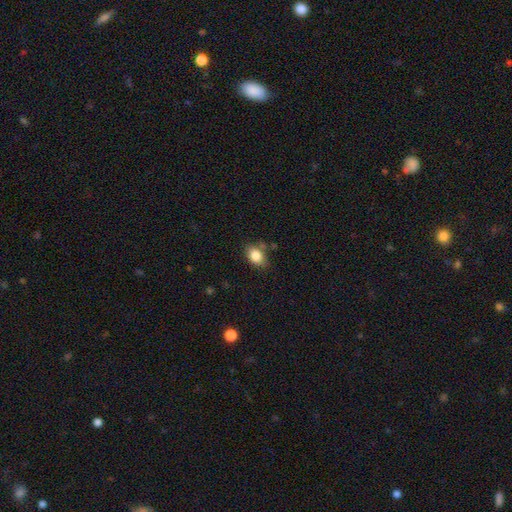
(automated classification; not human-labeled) Smooth or featured? Predicted: smooth (p=0.84). How rounded? Predicted: in between (p=0.71). Merging? Predicted: none (p=0.69).